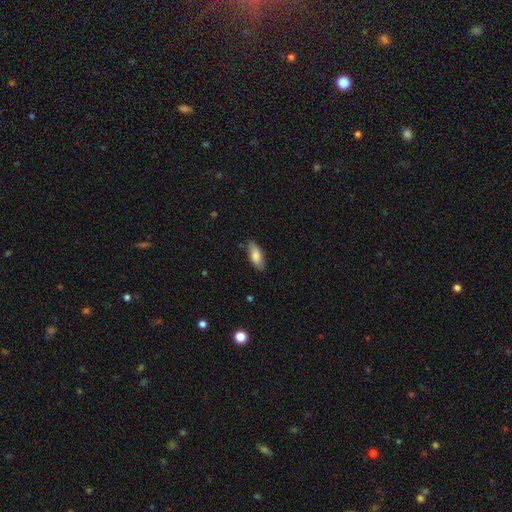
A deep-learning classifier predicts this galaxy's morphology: This is likely a smooth galaxy (80%). How rounded: likely in between (78%). Merging: likely none (80%).